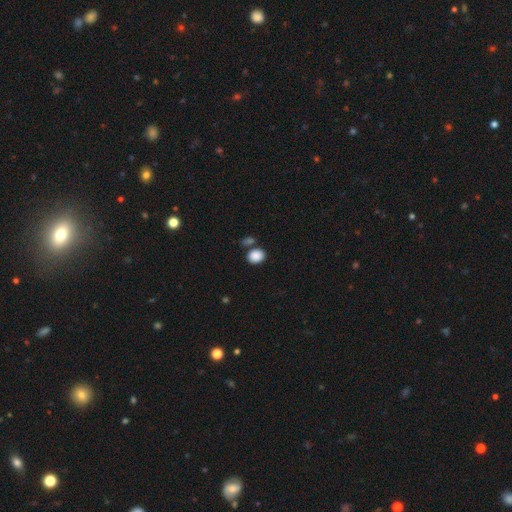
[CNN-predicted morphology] This is clearly a smooth galaxy (88%). How rounded: possibly round (55%). Merging: likely none (69%).